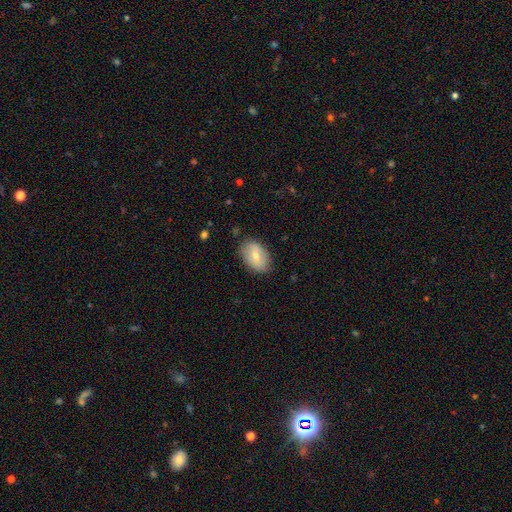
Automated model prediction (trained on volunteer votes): The model was most divided on "smooth or featured": smooth: 67%, featured or disk: 27%, star or artifact: 6%. More confident: how rounded — in between (89%); merging — none (81%).